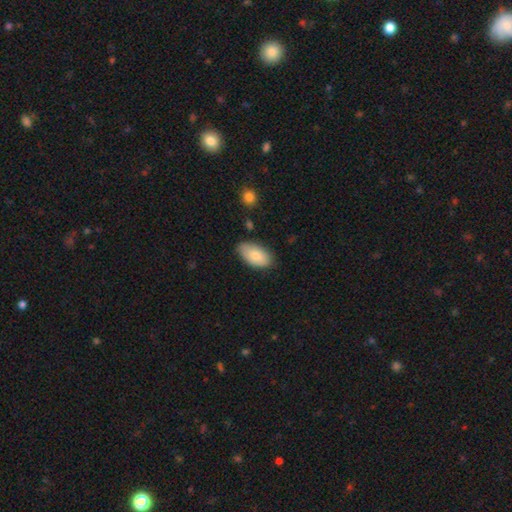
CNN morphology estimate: Smooth or featured?
  - smooth: 80% *
  - featured or disk: 14%
  - star or artifact: 6%
How rounded?
  - in between: 95% *
  - round: 3%
  - cigar-shaped: 2%
Merging?
  - none: 76% *
  - minor disturbance: 19%
  - major disturbance: 3%
  - merger: 2%